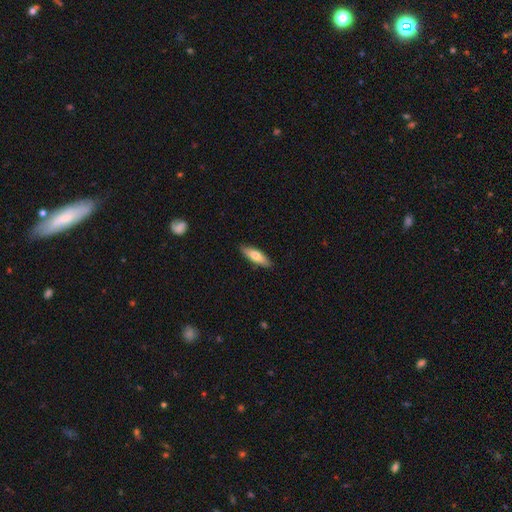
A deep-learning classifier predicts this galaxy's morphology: Smooth or featured?
  - smooth: 69% *
  - featured or disk: 25%
  - star or artifact: 6%
How rounded?
  - cigar-shaped: 54% *
  - in between: 44%
  - round: 2%
Merging?
  - none: 88% *
  - minor disturbance: 9%
  - major disturbance: 2%
  - merger: 1%